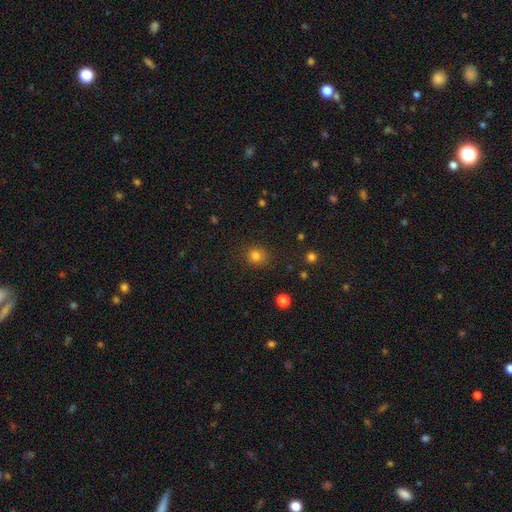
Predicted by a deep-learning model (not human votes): Smooth or featured? Predicted: smooth (p=0.81). How rounded? Predicted: round (p=0.83). Merging? Predicted: none (p=0.86).